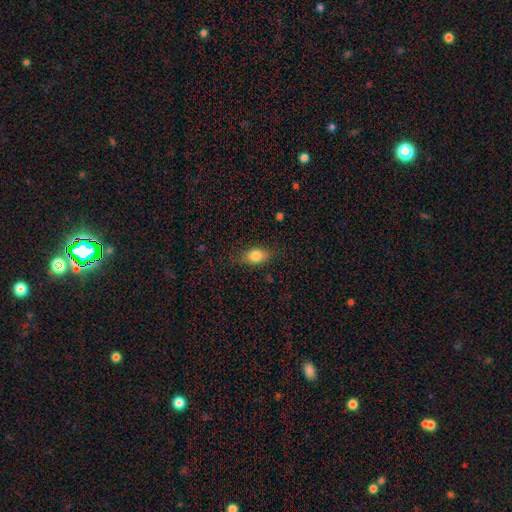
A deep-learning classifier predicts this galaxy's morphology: smooth_or_featured: smooth (p=0.83) [alt: featured or disk p=0.09]
how_rounded: in between (p=0.83) [alt: round p=0.14]
merging: none (p=0.81) [alt: minor disturbance p=0.15]